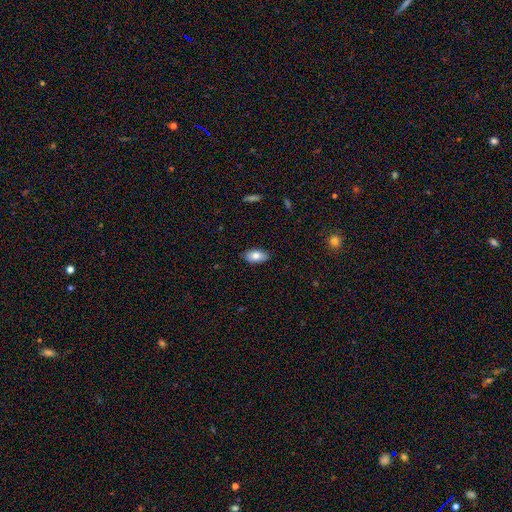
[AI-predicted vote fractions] Q: Smooth or featured?
A: smooth (79%); runner-up: featured or disk (14%)
Q: How rounded?
A: in between (93%); runner-up: round (4%)
Q: Merging?
A: none (86%); runner-up: minor disturbance (11%)